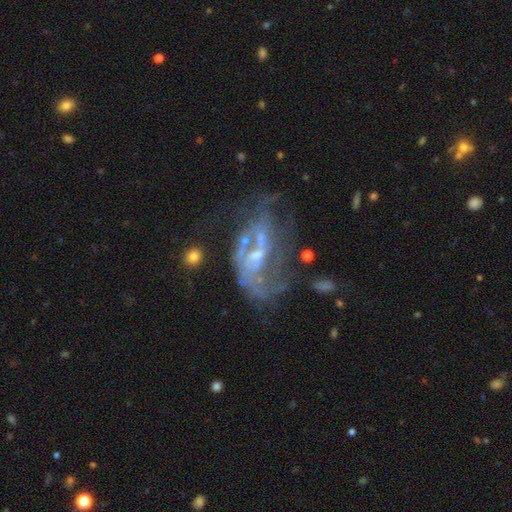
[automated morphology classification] Smooth or featured?
  - featured or disk: 73% *
  - smooth: 14%
  - star or artifact: 13%
Edge-on disk?
  - no: 95% *
  - yes: 5%
Bar?
  - no: 57% *
  - weak: 32%
  - strong: 11%
Spiral arms?
  - yes: 56% *
  - no: 44%
Bulge size?
  - small: 53% *
  - moderate: 29%
  - none: 15%
  - large: 2%
  - dominant: 1%
Merging?
  - major disturbance: 34% *
  - none: 28%
  - merger: 22%
  - minor disturbance: 16%